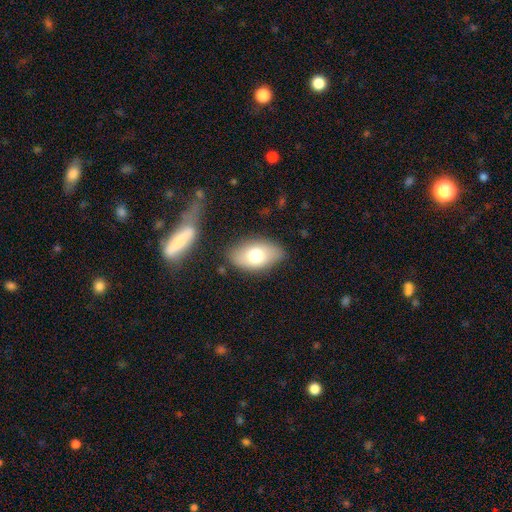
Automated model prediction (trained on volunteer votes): Smooth or featured? smooth (70%)
How rounded? in between (91%)
Merging? none (81%)